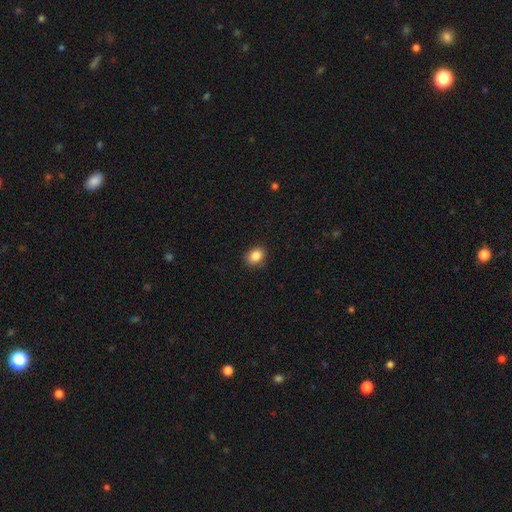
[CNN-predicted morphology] Q: Smooth or featured?
A: smooth (87%); runner-up: star or artifact (9%)
Q: How rounded?
A: in between (61%); runner-up: round (38%)
Q: Merging?
A: none (86%); runner-up: minor disturbance (11%)